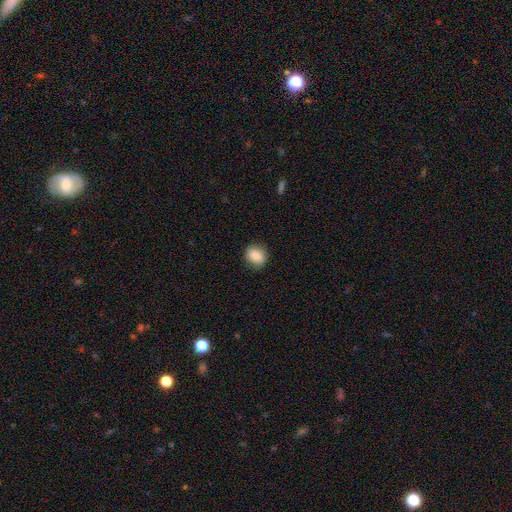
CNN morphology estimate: Q: Smooth or featured?
A: smooth (82%); runner-up: featured or disk (9%)
Q: How rounded?
A: round (70%); runner-up: in between (28%)
Q: Merging?
A: none (86%); runner-up: minor disturbance (11%)